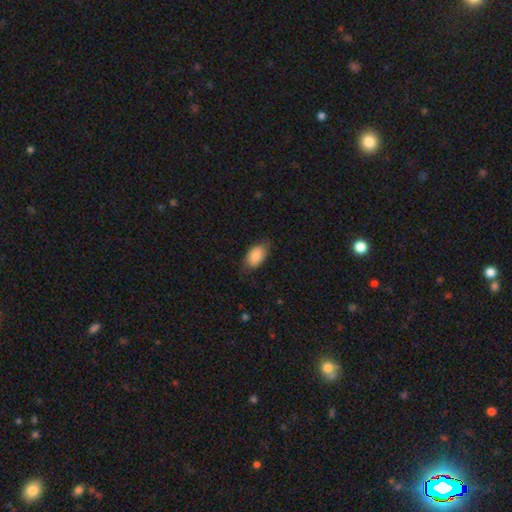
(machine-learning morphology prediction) The model was most divided on "merging": none: 72%, minor disturbance: 21%, major disturbance: 5%, merger: 1%. More confident: how rounded — in between (93%); smooth or featured — smooth (85%).